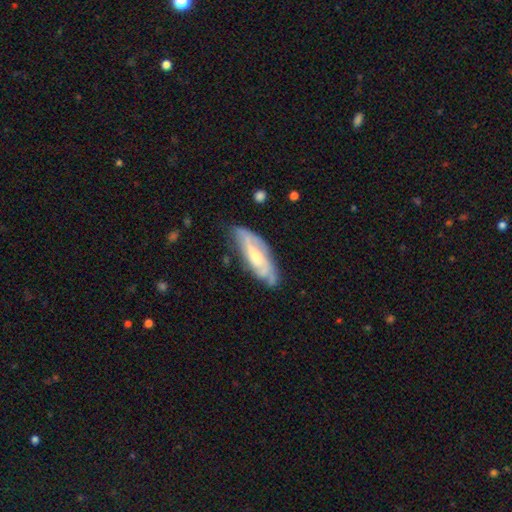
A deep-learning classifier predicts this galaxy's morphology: featured or disk 72%, smooth 22%, star or artifact 6%. Down the decision tree: edge-on disk — no (83%); bar — no (54%); spiral arms — yes (89%); spiral arm count — 2 (41%); spiral winding — tight (45%); bulge size — moderate (46%); merging — none (70%).